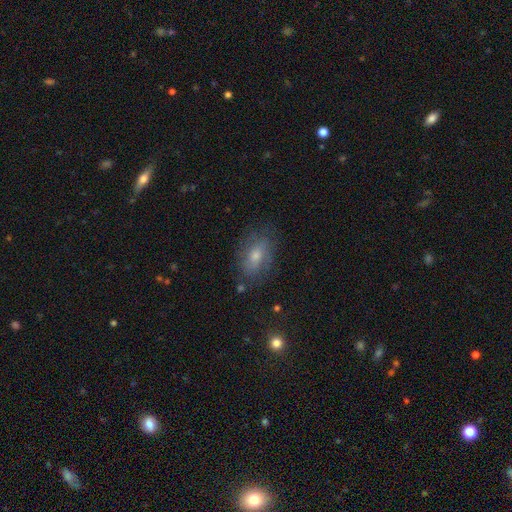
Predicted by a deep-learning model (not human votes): Q: Smooth or featured?
A: smooth (51%); runner-up: featured or disk (36%)
Q: How rounded?
A: in between (84%); runner-up: round (12%)
Q: Merging?
A: none (74%); runner-up: minor disturbance (17%)